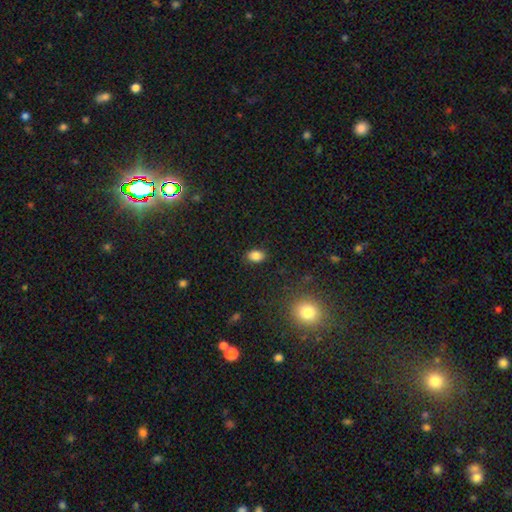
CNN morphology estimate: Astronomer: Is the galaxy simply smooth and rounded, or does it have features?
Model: smooth — 84%.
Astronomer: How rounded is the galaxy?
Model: in between — 80%.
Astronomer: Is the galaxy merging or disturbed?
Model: none — 85%.